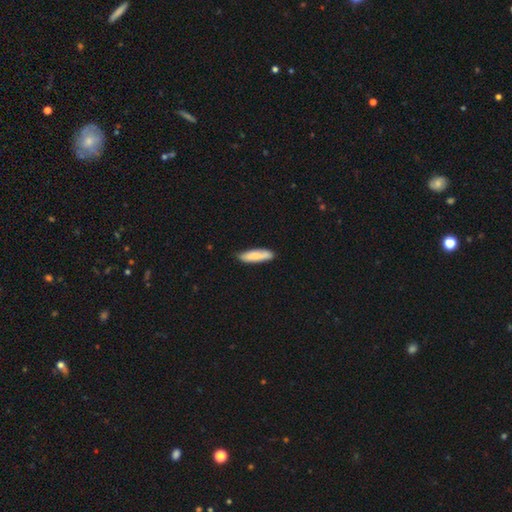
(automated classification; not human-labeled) Smooth or featured?
  - smooth: 82% *
  - featured or disk: 12%
  - star or artifact: 6%
How rounded?
  - cigar-shaped: 65% *
  - in between: 33%
  - round: 1%
Merging?
  - none: 79% *
  - minor disturbance: 17%
  - major disturbance: 2%
  - merger: 2%